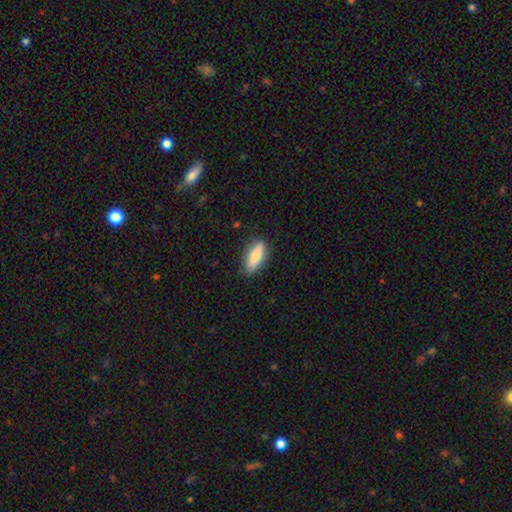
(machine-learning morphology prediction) Smooth or featured? Predicted: smooth (p=0.82). How rounded? Predicted: in between (p=0.63). Merging? Predicted: none (p=0.83).